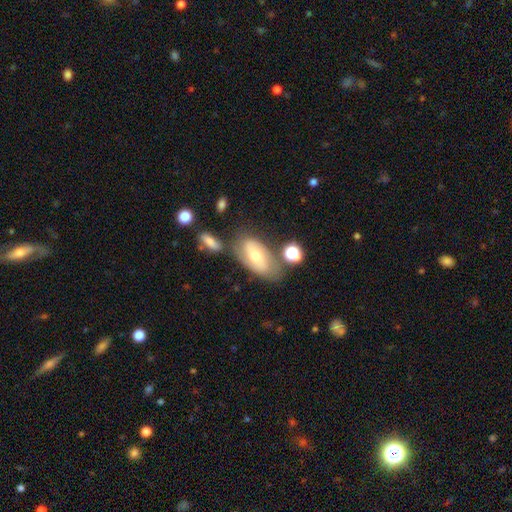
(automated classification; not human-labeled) Morphology: type=featured or disk (49%); merging=none (60%).